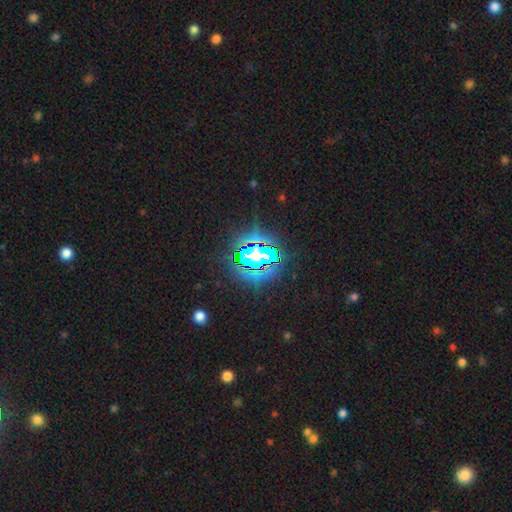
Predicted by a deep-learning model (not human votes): Morphology: type=star or artifact (81%).